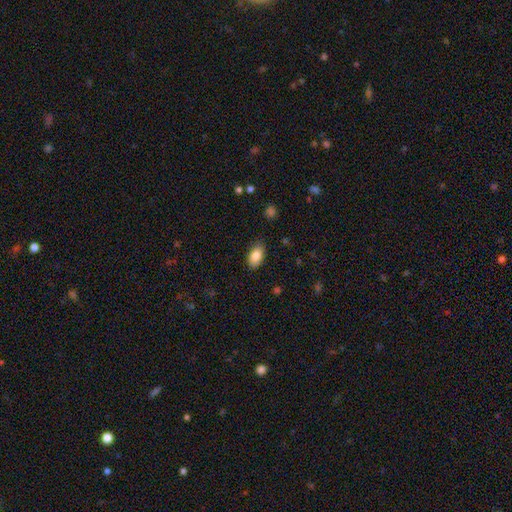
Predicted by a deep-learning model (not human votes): Morphology: type=smooth (85%); roundness=in between (92%); merging=none (83%).